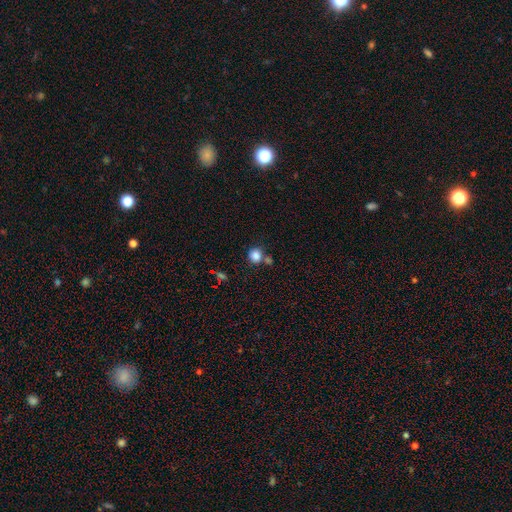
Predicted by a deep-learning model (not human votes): The model was most divided on "merging": none: 66%, merger: 18%, minor disturbance: 11%, major disturbance: 4%. More confident: how rounded — round (85%); smooth or featured — smooth (84%).